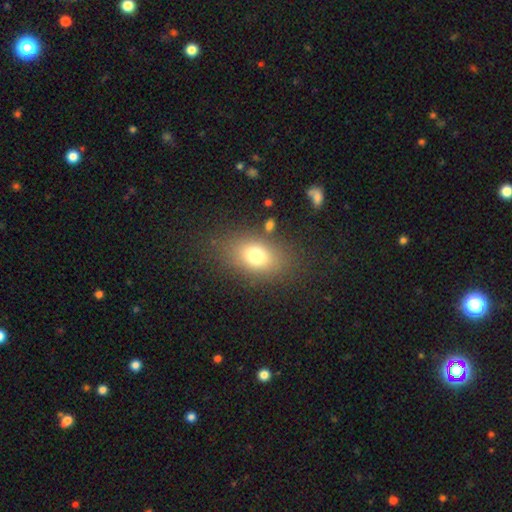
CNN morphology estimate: Q: Smooth or featured?
A: smooth (74%); runner-up: featured or disk (13%)
Q: How rounded?
A: in between (78%); runner-up: round (20%)
Q: Merging?
A: none (78%); runner-up: minor disturbance (12%)